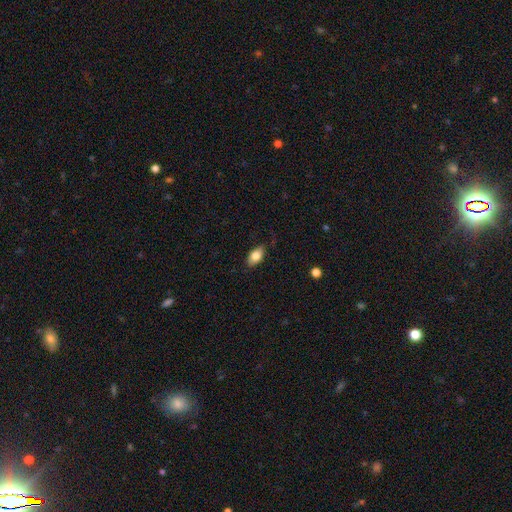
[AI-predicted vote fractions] Morphology: type=smooth (81%); roundness=in between (91%); merging=none (82%).